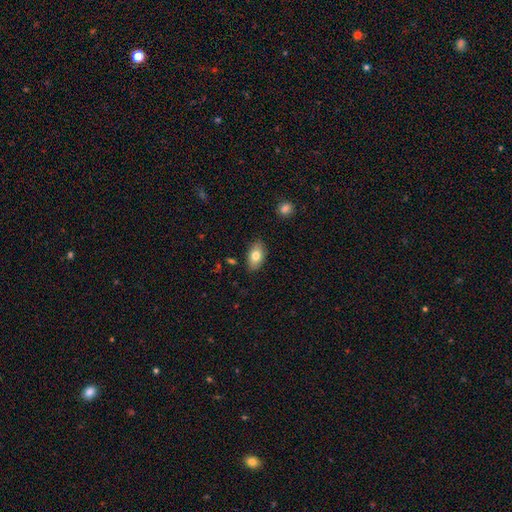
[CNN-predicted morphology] The model was most divided on "smooth or featured": smooth: 78%, featured or disk: 15%, star or artifact: 7%. More confident: how rounded — in between (91%); merging — none (86%).